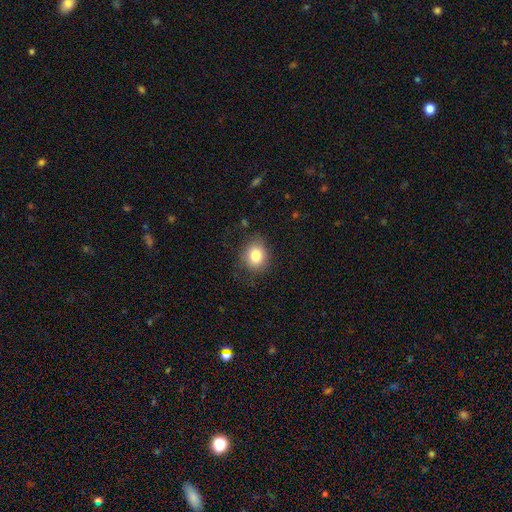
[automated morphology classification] type=smooth (81%); roundness=round (69%); merging=none (80%).